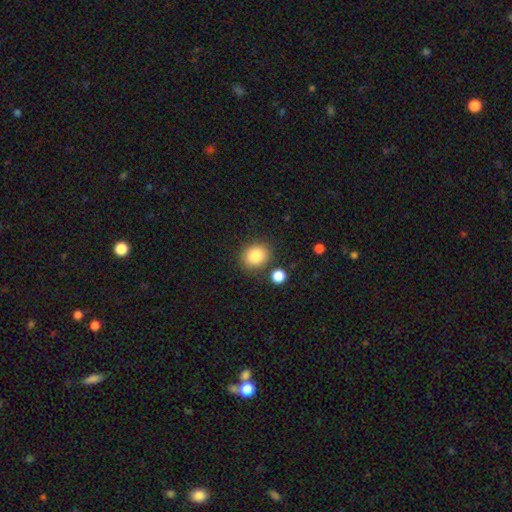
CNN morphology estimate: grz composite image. It shows a smooth galaxy with no disk features (86%) that is round (71%). Merging: none (81%).